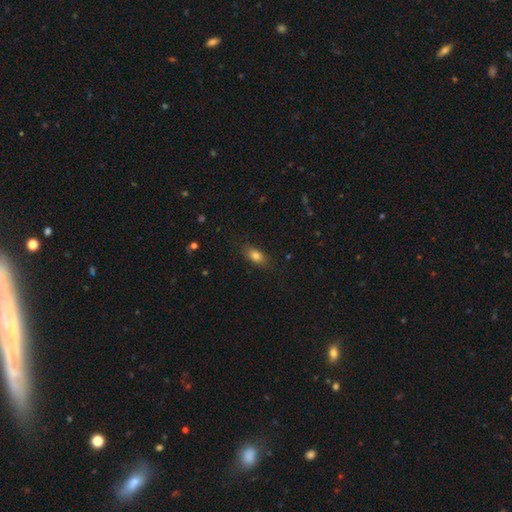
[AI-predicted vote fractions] A smooth galaxy with no disk features (82%) that is in between round and cigar-shaped (85%).

Vote fractions:
- Smooth or featured? smooth: 82% / star or artifact: 10% / featured or disk: 8%
- How rounded? in between: 85% / round: 9% / cigar-shaped: 6%
- Merging? none: 81% / minor disturbance: 14% / major disturbance: 4% / merger: 1%